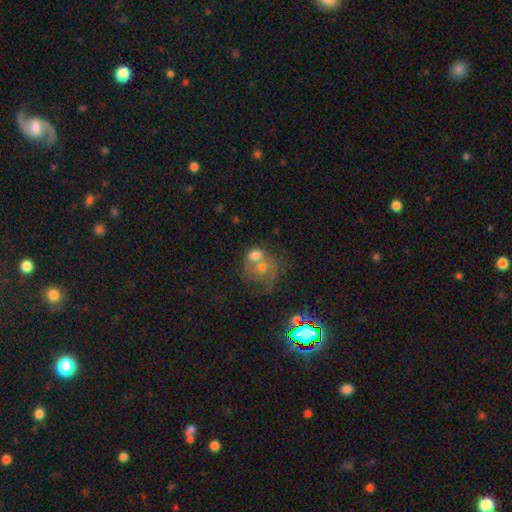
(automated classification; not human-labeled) This appears to be a smooth galaxy with no disk features (52%) that is round (58%). Merging: merger (68%).